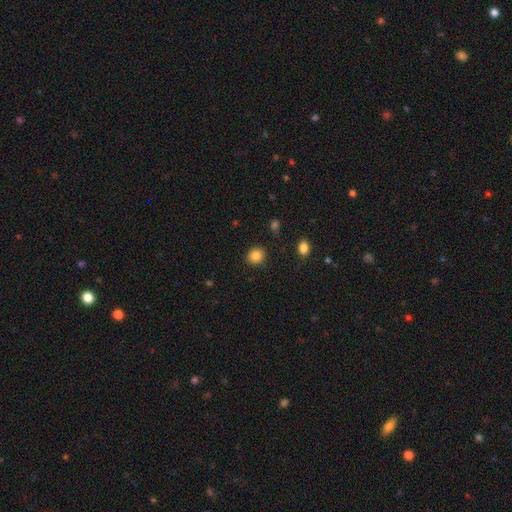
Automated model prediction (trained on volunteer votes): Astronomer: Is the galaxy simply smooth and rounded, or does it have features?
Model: smooth — 86%.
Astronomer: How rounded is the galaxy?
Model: round — 76%.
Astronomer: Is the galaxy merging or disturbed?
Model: none — 88%.